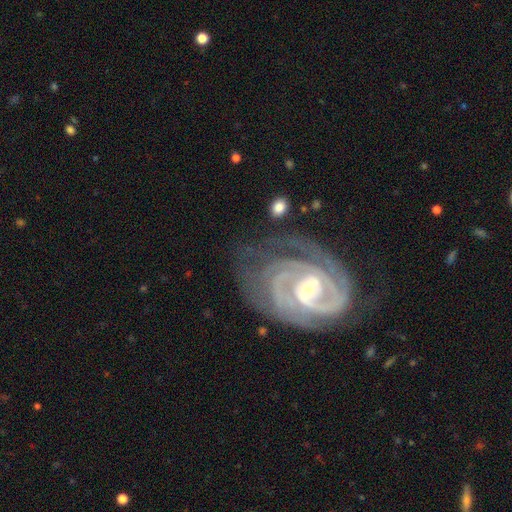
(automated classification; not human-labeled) A featured or disk galaxy (88%) with a weak bar (45%), 2 (53%) tight (71%) spiral arms (97%) and a moderate central bulge (60%).

Vote fractions:
- Smooth or featured? featured or disk: 88% / star or artifact: 7% / smooth: 6%
- Edge-on disk? no: 97% / yes: 3%
- Bar? weak: 45% / strong: 29% / no: 27%
- Spiral arms? yes: 97% / no: 3%
- Spiral winding? tight: 71% / medium: 24% / loose: 4%
- Spiral arm count? 2: 53% / 3: 17% / can't tell: 15% / 4: 5% / 1: 5% / more than 4: 4%
- Bulge size? moderate: 60% / small: 30% / large: 7% / none: 2% / dominant: 1%
- Merging? none: 67% / minor disturbance: 19% / major disturbance: 12% / merger: 3%